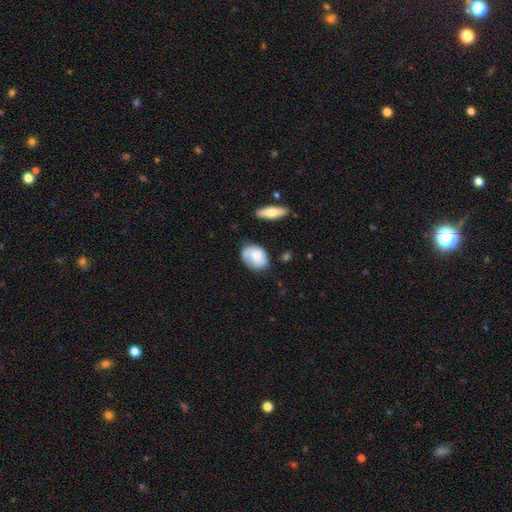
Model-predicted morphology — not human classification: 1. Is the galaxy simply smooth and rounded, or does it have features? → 51% smooth, 43% featured or disk, 7% star or artifact.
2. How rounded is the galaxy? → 70% in between, 28% round, 1% cigar-shaped.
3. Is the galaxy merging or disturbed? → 61% none, 26% minor disturbance, 8% major disturbance, 4% merger.